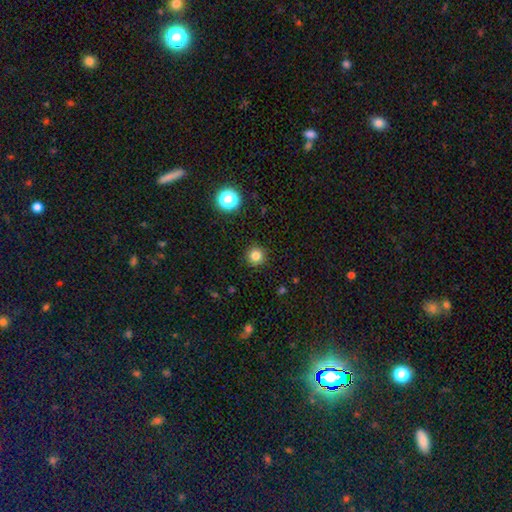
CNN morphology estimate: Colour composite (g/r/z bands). It shows a smooth galaxy with no disk features (82%) that is round (95%). Merging: none (92%).